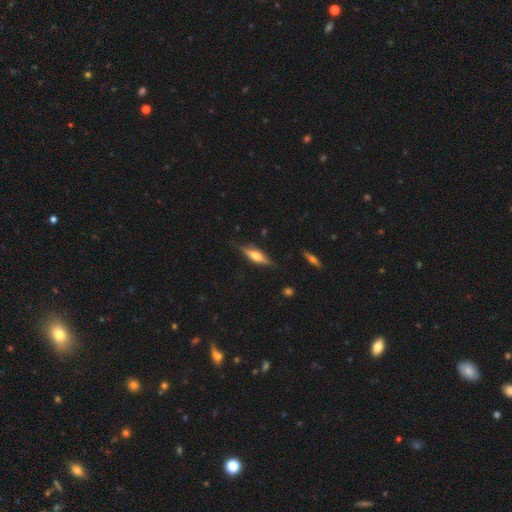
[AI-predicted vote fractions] Smooth or featured? Predicted: featured or disk (p=0.57). Edge-on disk? Predicted: yes (p=0.93). Edge-on bulge? Predicted: rounded (p=0.88). Merging? Predicted: none (p=0.79).